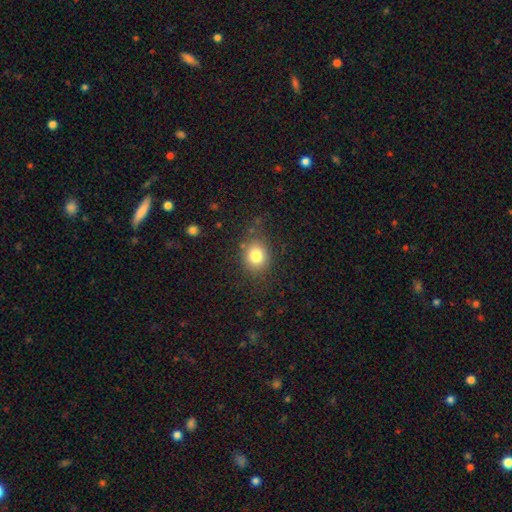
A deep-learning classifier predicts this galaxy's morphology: Overall: smooth (79%). How rounded: round (69%; in between 30%). Merging: none (81%).